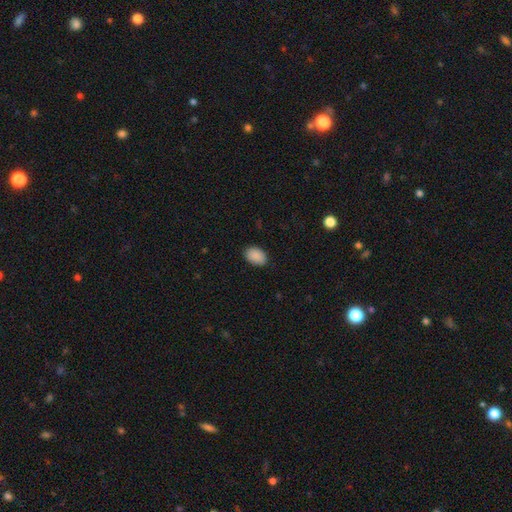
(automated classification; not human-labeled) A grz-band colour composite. It shows a smooth galaxy with no disk features (90%) that is in between round and cigar-shaped (84%). Merging: none (86%).